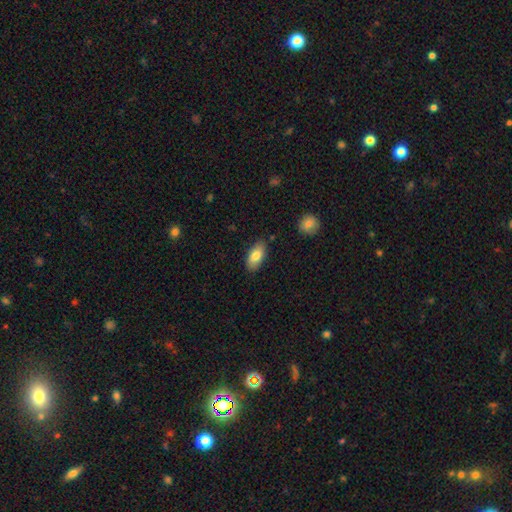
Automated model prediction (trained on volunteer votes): smooth-or-featured: smooth: 81% | featured or disk: 13% | star or artifact: 7%
  how-rounded: in between: 92% | cigar-shaped: 5% | round: 3%
  merging: none: 85% | minor disturbance: 11% | major disturbance: 2% | merger: 2%